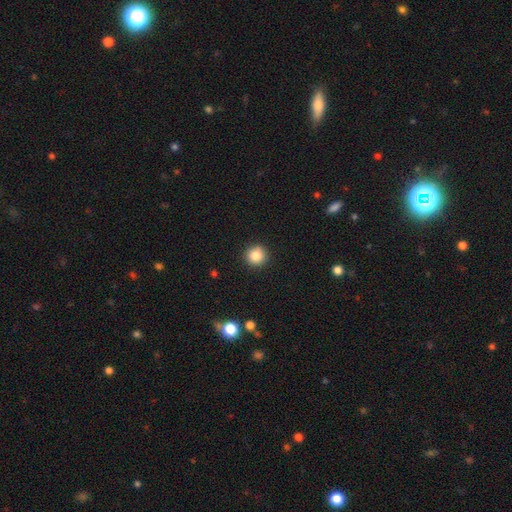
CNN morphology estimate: A smooth galaxy with no disk features (85%) that is round (94%).

Vote fractions:
- Smooth or featured? smooth: 85% / star or artifact: 10% / featured or disk: 5%
- How rounded? round: 94% / in between: 5% / cigar-shaped: 1%
- Merging? none: 91% / minor disturbance: 6% / major disturbance: 2% / merger: 1%